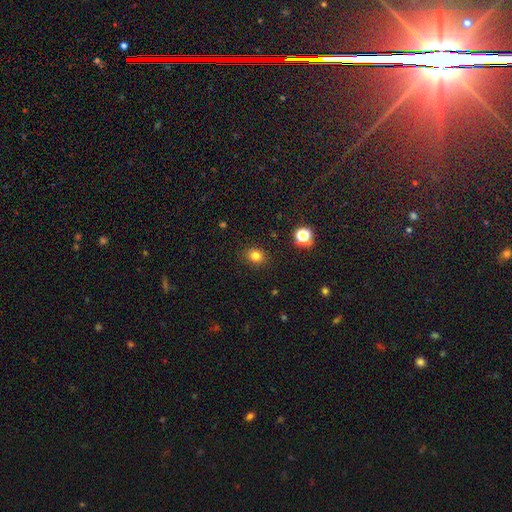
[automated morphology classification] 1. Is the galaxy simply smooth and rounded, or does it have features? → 81% smooth, 14% star or artifact, 5% featured or disk.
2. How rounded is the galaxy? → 65% round, 34% in between, 1% cigar-shaped.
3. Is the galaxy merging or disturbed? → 87% none, 9% minor disturbance, 3% major disturbance, 1% merger.